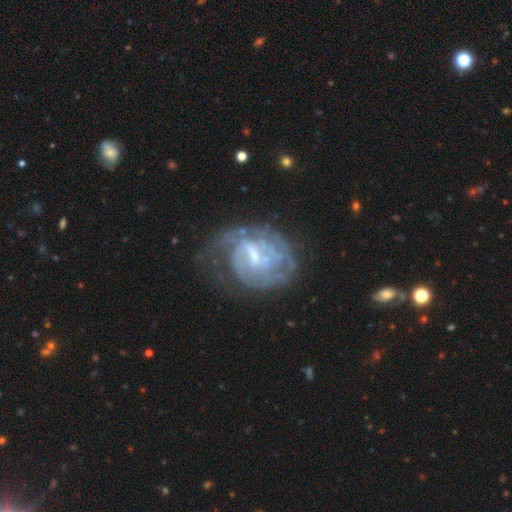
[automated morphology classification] Smooth or featured?
  - featured or disk: 81% *
  - smooth: 11%
  - star or artifact: 7%
Edge-on disk?
  - no: 98% *
  - yes: 2%
Bar?
  - weak: 58% *
  - strong: 21%
  - no: 21%
Spiral arms?
  - yes: 84% *
  - no: 16%
Spiral winding?
  - tight: 54% *
  - medium: 34%
  - loose: 12%
Spiral arm count?
  - can't tell: 47% *
  - 2: 25%
  - 3: 12%
  - 1: 6%
  - 4: 6%
  - more than 4: 4%
Bulge size?
  - small: 50% *
  - moderate: 30%
  - none: 16%
  - large: 2%
  - dominant: 1%
Merging?
  - none: 51% *
  - major disturbance: 23%
  - minor disturbance: 23%
  - merger: 3%